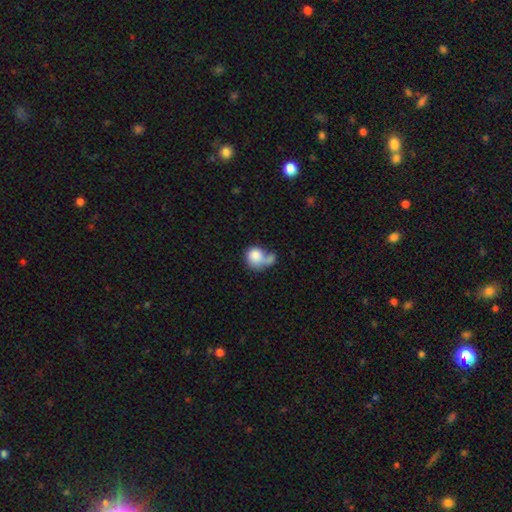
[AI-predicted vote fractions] smooth-or-featured: smooth: 74% | featured or disk: 19% | star or artifact: 7%
  how-rounded: round: 70% | in between: 28% | cigar-shaped: 1%
  merging: merger: 36% | none: 26% | major disturbance: 23% | minor disturbance: 15%